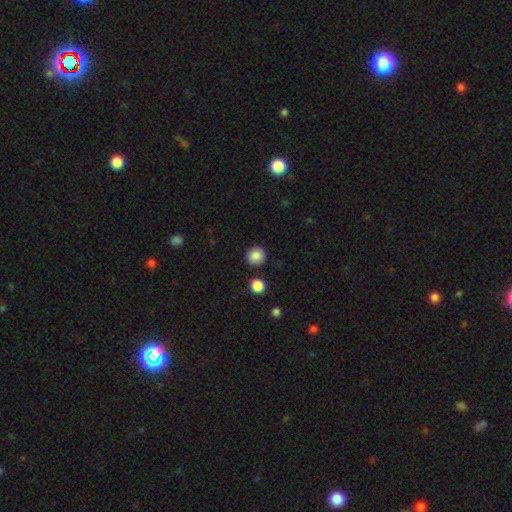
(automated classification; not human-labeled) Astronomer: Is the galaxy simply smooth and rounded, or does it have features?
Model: smooth — 86%.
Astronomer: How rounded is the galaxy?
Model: round — 93%.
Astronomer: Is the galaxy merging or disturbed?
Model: none — 90%.